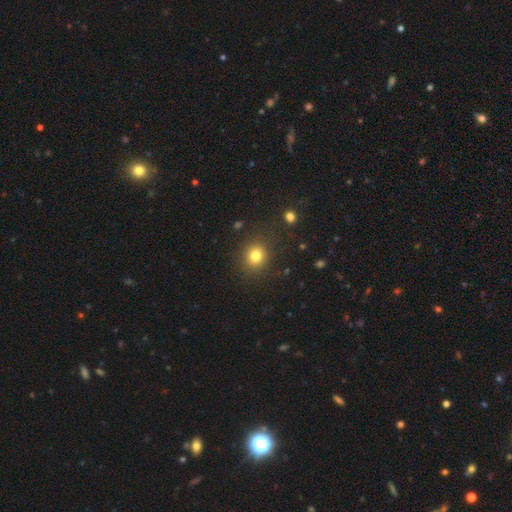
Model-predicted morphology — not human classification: Smooth or featured? smooth (80%)
How rounded? round (82%)
Merging? none (87%)